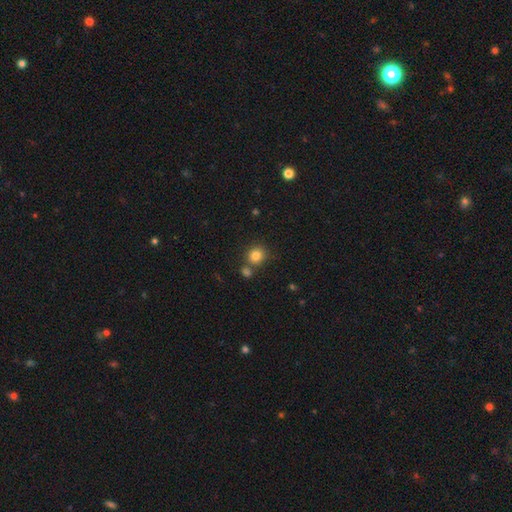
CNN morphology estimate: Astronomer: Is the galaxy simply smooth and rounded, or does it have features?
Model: smooth — 82%.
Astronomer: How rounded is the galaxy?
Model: round — 85%.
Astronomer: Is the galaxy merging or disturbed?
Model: none — 69%.